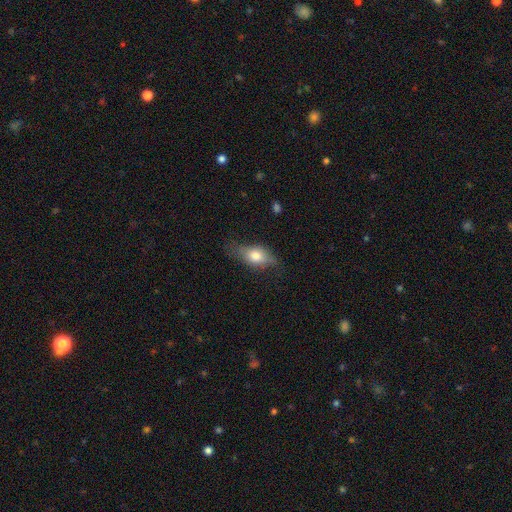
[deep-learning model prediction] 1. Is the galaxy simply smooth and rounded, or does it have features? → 67% smooth, 25% featured or disk, 8% star or artifact.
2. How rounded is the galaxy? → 79% in between, 12% round, 9% cigar-shaped.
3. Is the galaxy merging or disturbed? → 57% none, 29% minor disturbance, 12% major disturbance, 2% merger.